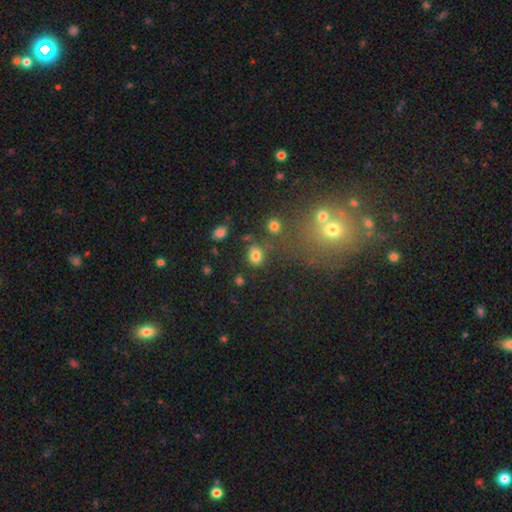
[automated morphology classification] This is likely a smooth galaxy (79%). How rounded: possibly in between (55%). Merging: likely none (69%).